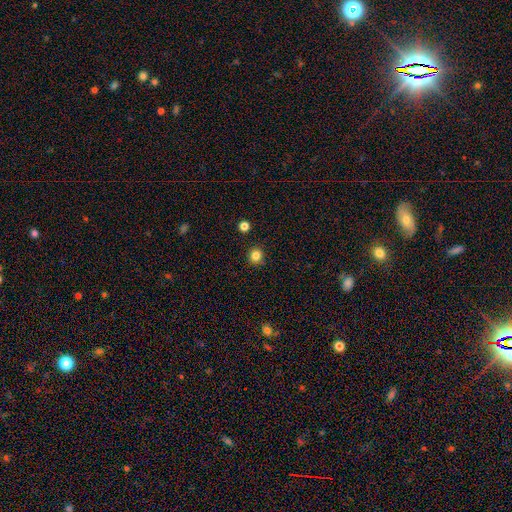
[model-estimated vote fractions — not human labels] Smooth or featured? smooth (83%)
How rounded? round (91%)
Merging? none (91%)